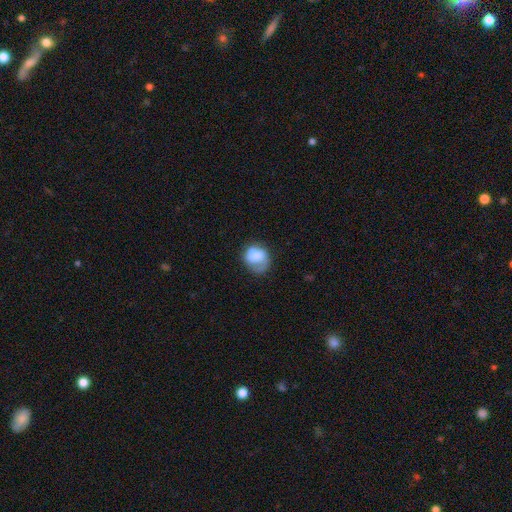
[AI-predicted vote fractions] Overall: smooth (66%; featured or disk 26%). How rounded: round (61%; in between 38%). Merging: none (43%; minor disturbance 30%).